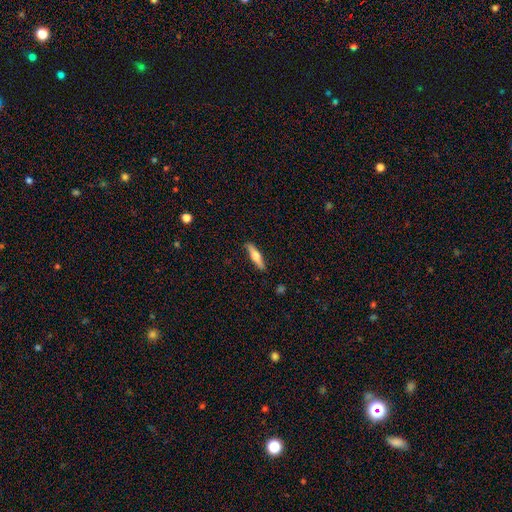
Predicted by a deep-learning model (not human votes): Q: Smooth or featured?
A: featured or disk (48%); runner-up: smooth (47%)
Q: Merging?
A: none (88%); runner-up: minor disturbance (9%)